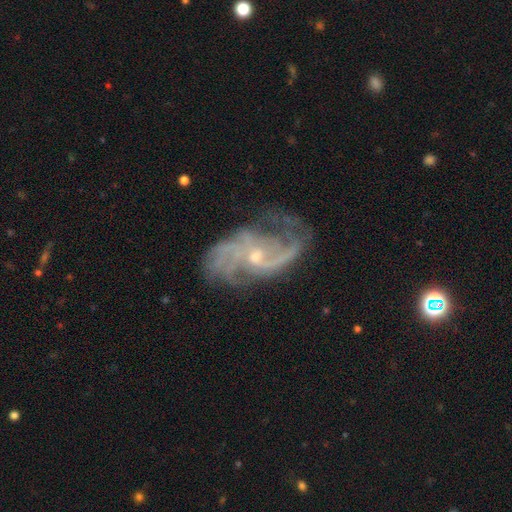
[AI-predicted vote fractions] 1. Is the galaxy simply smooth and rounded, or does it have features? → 87% featured or disk, 7% star or artifact, 6% smooth.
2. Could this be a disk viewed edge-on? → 97% no, 3% yes.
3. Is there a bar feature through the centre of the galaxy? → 56% no, 36% weak, 8% strong.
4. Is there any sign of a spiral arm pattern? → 95% yes, 5% no.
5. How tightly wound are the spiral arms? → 41% medium, 37% loose, 22% tight.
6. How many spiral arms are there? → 36% 2, 25% can't tell, 16% 3, 9% 4, 7% 1, 7% more than 4.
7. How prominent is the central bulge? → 67% small, 28% moderate, 3% none, 1% large, 1% dominant.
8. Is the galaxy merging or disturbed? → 60% none, 22% minor disturbance, 16% major disturbance, 2% merger.